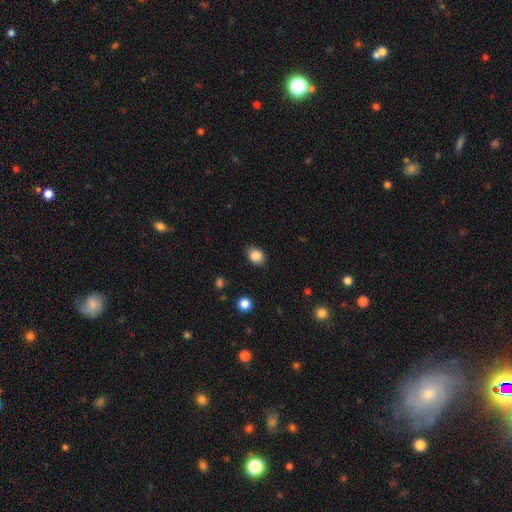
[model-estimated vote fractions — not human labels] smooth-or-featured: smooth: 86% | star or artifact: 9% | featured or disk: 4%
  how-rounded: in between: 53% | round: 46% | cigar-shaped: 1%
  merging: none: 83% | minor disturbance: 13% | major disturbance: 3% | merger: 1%